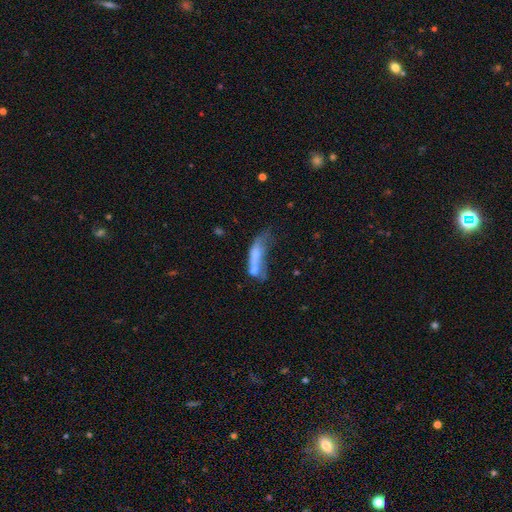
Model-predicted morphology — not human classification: This appears to be a smooth galaxy with no disk features (53%) that is in between round and cigar-shaped (55%). Merging: merger (39%).